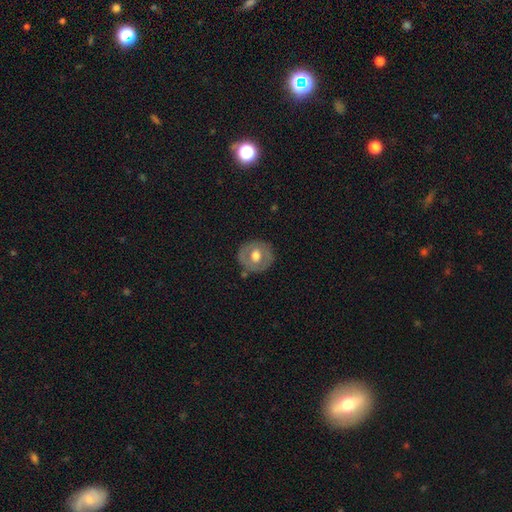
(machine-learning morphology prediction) Smooth or featured? Predicted: smooth (p=0.47). Merging? Predicted: none (p=0.81).